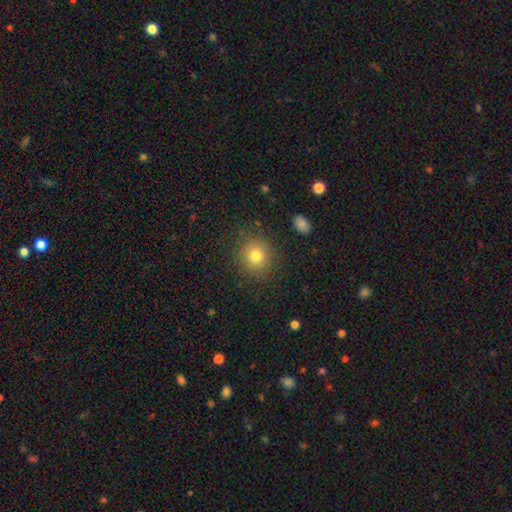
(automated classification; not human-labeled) Smooth or featured? Predicted: smooth (p=0.79). How rounded? Predicted: round (p=0.87). Merging? Predicted: none (p=0.87).